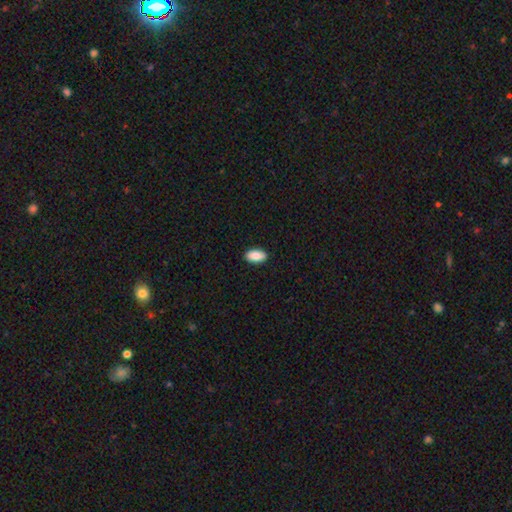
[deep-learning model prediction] A smooth galaxy with no disk features (89%) that is in between round and cigar-shaped (94%).

Vote fractions:
- Smooth or featured? smooth: 89% / star or artifact: 7% / featured or disk: 4%
- How rounded? in between: 94% / round: 3% / cigar-shaped: 2%
- Merging? none: 91% / minor disturbance: 7% / major disturbance: 2% / merger: 1%